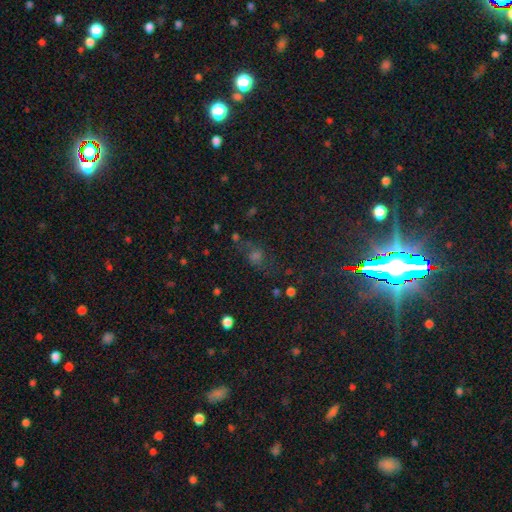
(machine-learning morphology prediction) Smooth or featured: star or artifact — 51% (smooth — 29%)